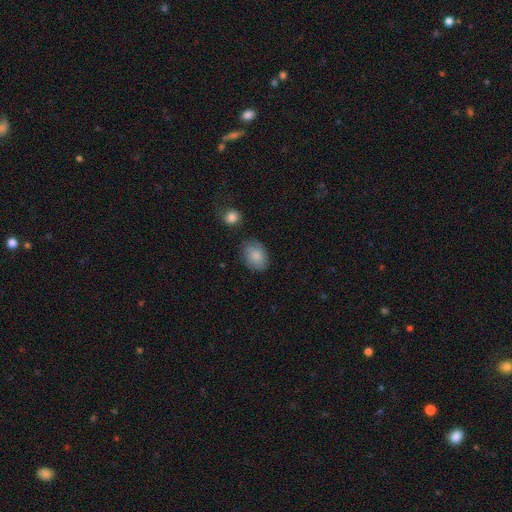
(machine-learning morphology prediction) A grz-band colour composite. It shows a smooth galaxy with no disk features (80%) that is in between round and cigar-shaped (76%). Merging: none (72%).